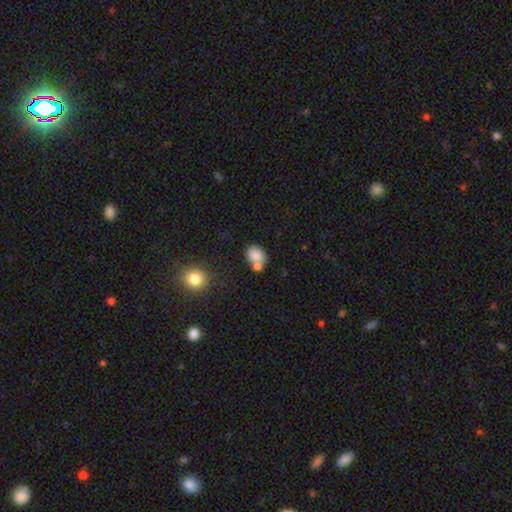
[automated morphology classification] Smooth or featured? Predicted: smooth (p=0.82). How rounded? Predicted: in between (p=0.54). Merging? Predicted: none (p=0.52).